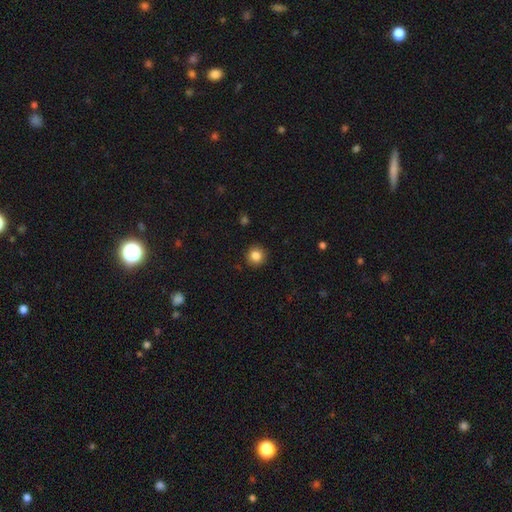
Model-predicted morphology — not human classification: Smooth or featured?
  - smooth: 85% *
  - star or artifact: 10%
  - featured or disk: 5%
How rounded?
  - round: 94% *
  - in between: 5%
  - cigar-shaped: 1%
Merging?
  - none: 92% *
  - minor disturbance: 6%
  - major disturbance: 2%
  - merger: 1%